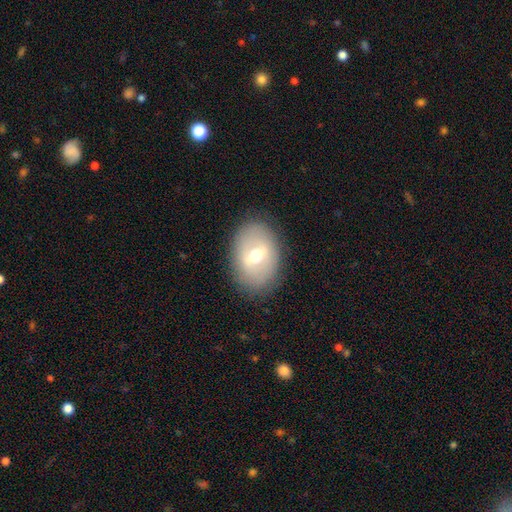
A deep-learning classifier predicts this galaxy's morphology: featured or disk 50%, smooth 42%, star or artifact 8%. Down the decision tree: edge-on disk — no (89%); merging — none (84%).